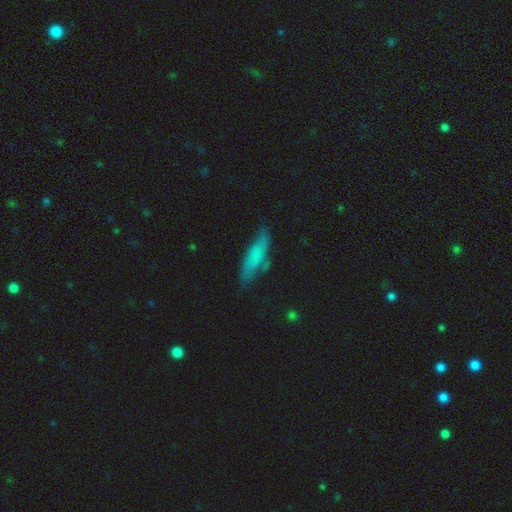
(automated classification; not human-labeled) Smooth or featured: smooth — 63% (featured or disk — 28%)
How rounded: cigar-shaped — 56% (in between — 42%)
Merging: none — 58% (minor disturbance — 28%)